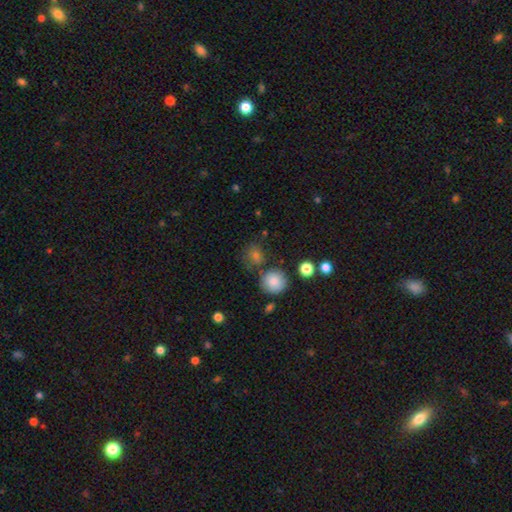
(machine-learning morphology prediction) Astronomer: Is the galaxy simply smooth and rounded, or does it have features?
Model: smooth — 74%.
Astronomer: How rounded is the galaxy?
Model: round — 78%.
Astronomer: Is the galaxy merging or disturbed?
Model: none — 65%.